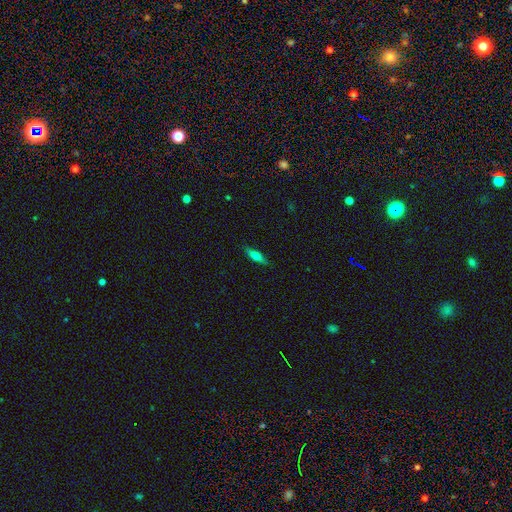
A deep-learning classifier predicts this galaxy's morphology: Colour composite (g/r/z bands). It shows a smooth galaxy with no disk features (55%) that is cigar-shaped (64%). Merging: none (86%).